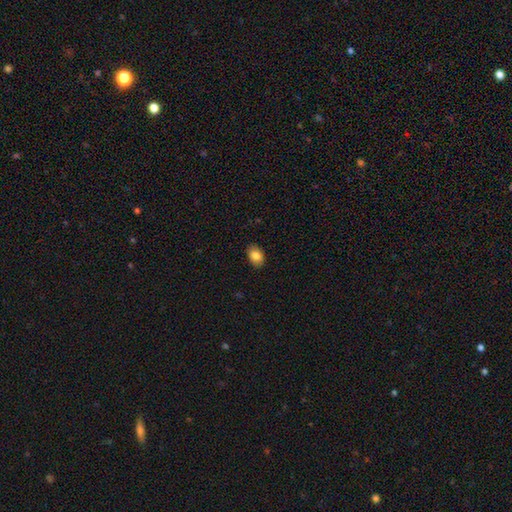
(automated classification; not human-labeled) Smooth or featured: smooth — 83% (featured or disk — 9%)
How rounded: in between — 81% (round — 18%)
Merging: none — 89% (minor disturbance — 8%)